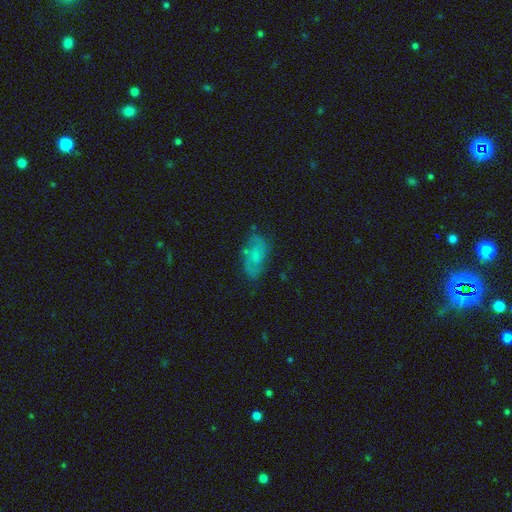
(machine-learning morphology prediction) Q: Smooth or featured?
A: smooth (46%); runner-up: featured or disk (44%)
Q: Merging?
A: none (64%); runner-up: minor disturbance (22%)